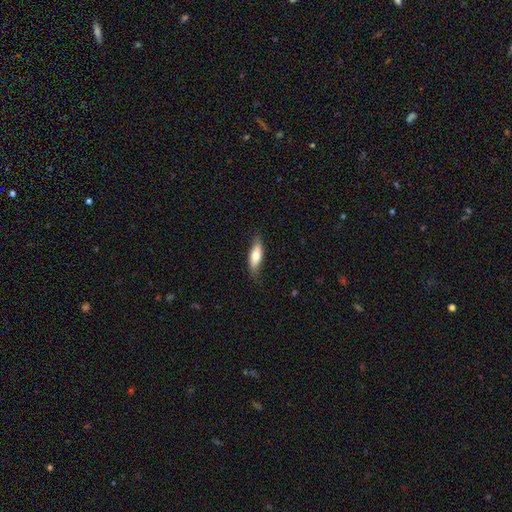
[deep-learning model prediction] A smooth galaxy with no disk features (71%) that is in between round and cigar-shaped (56%). Merging: none (75%).